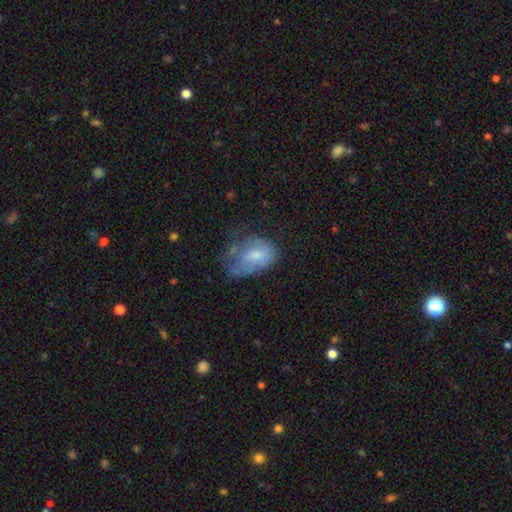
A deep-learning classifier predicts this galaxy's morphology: smooth_or_featured: smooth (p=0.55) [alt: featured or disk p=0.36]
how_rounded: in between (p=0.83) [alt: round p=0.15]
merging: minor disturbance (p=0.33) [tied with: major disturbance p=0.33]